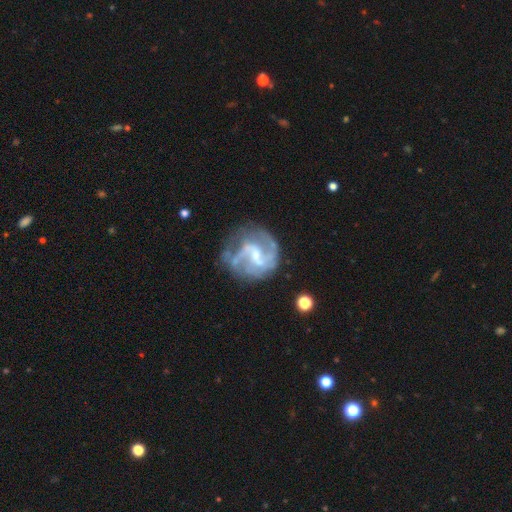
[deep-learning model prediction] Overall: featured or disk (87%). Edge-on disk: no (98%). Bar: weak (54%; no 24%). Spiral arms: yes (95%). Spiral arm count: 2 (66%). Spiral winding: medium (52%; loose 29%). Bulge size: small (65%; moderate 26%). Merging: none (61%).